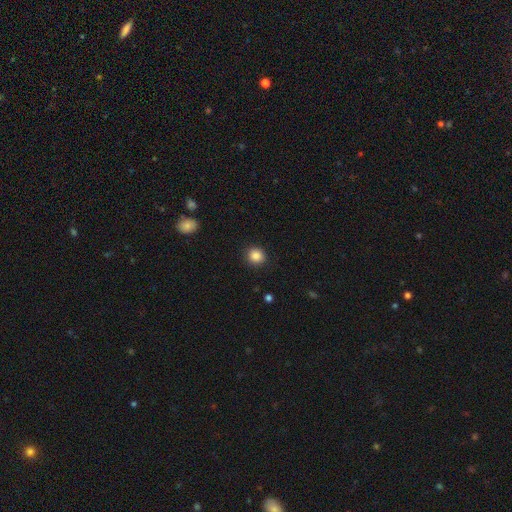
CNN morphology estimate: Smooth or featured: smooth — 86% (star or artifact — 10%)
How rounded: round — 87% (in between — 12%)
Merging: none — 91% (minor disturbance — 6%)